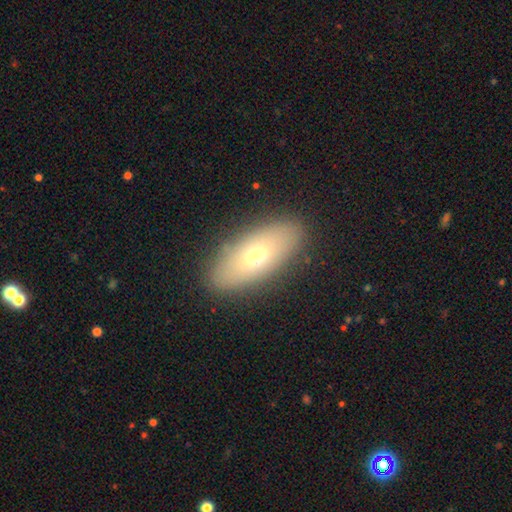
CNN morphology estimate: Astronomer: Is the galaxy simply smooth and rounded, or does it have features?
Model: smooth — 64%.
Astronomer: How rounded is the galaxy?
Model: in between — 84%.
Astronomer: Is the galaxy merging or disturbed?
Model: none — 88%.